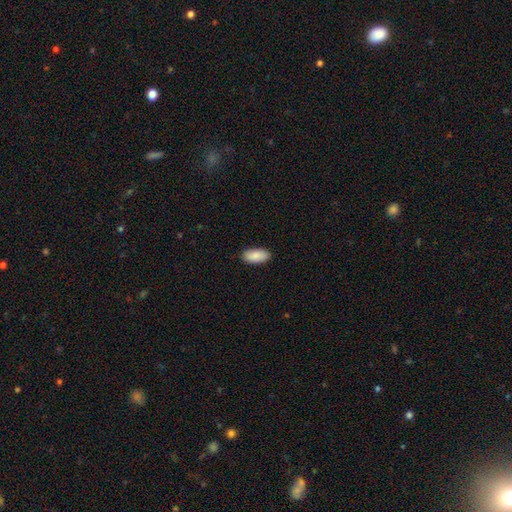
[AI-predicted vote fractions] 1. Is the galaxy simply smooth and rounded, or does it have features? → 90% smooth, 6% star or artifact, 4% featured or disk.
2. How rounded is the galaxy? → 92% in between, 6% cigar-shaped, 2% round.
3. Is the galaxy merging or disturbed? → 89% none, 8% minor disturbance, 2% major disturbance, 1% merger.